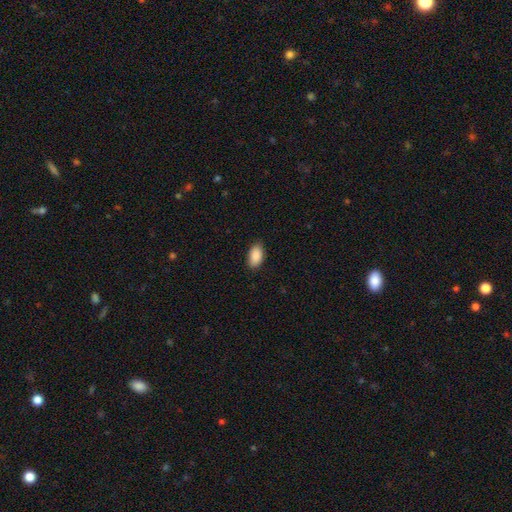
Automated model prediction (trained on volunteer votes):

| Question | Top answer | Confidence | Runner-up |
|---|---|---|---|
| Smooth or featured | smooth | 90% | star or artifact (6%) |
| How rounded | in between | 94% | round (4%) |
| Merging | none | 87% | minor disturbance (10%) |